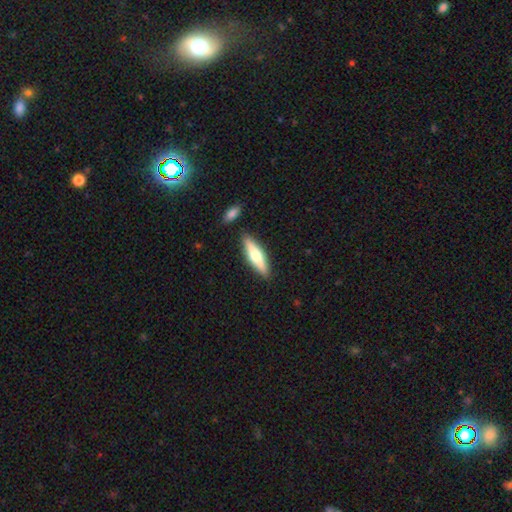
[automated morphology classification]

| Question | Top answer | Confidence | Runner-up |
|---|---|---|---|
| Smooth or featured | smooth | 49% | featured or disk (46%) |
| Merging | none | 86% | minor disturbance (9%) |